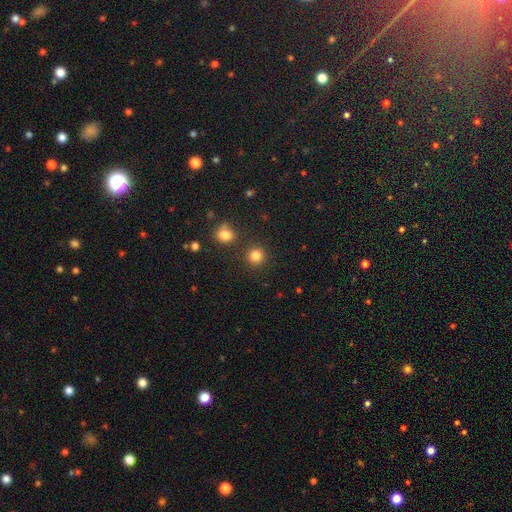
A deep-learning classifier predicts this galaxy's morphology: smooth 83%, star or artifact 12%, featured or disk 4%. Down the decision tree: how rounded — round (92%); merging — none (87%).